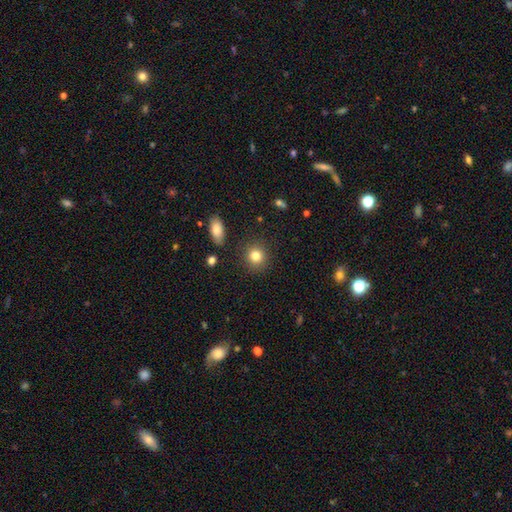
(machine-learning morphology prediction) A smooth galaxy with no disk features (83%) that is round (85%).

Vote fractions:
- Smooth or featured? smooth: 83% / star or artifact: 10% / featured or disk: 7%
- How rounded? round: 85% / in between: 13% / cigar-shaped: 1%
- Merging? none: 88% / minor disturbance: 7% / major disturbance: 2% / merger: 2%